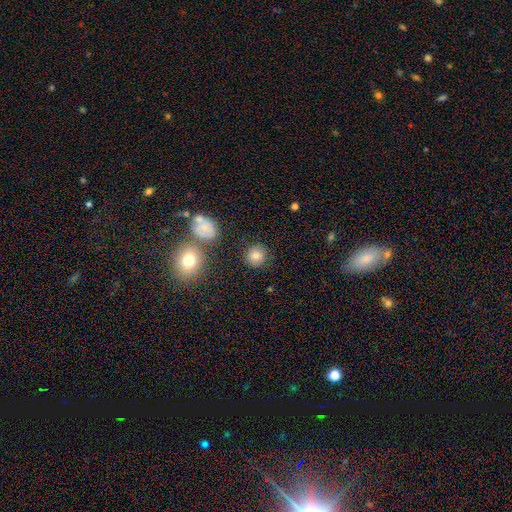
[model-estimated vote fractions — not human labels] This is likely a smooth galaxy (80%). How rounded: clearly round (90%). Merging: clearly none (87%).